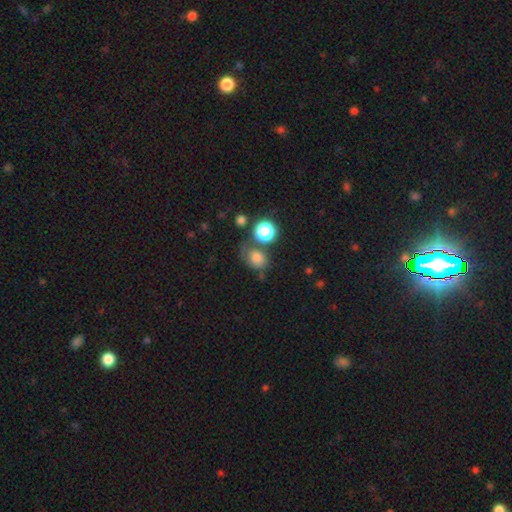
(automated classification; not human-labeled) Overall: smooth (74%). How rounded: round (56%; in between 43%). Merging: none (51%; minor disturbance 20%).